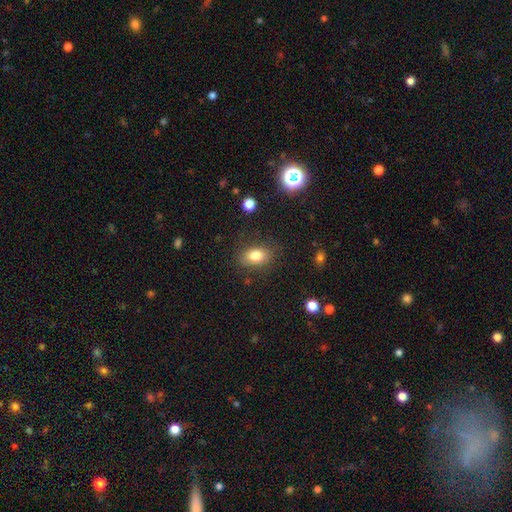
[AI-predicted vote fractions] The model was most divided on "merging": none: 81%, minor disturbance: 14%, major disturbance: 4%, merger: 2%. More confident: how rounded — in between (83%); smooth or featured — smooth (80%).